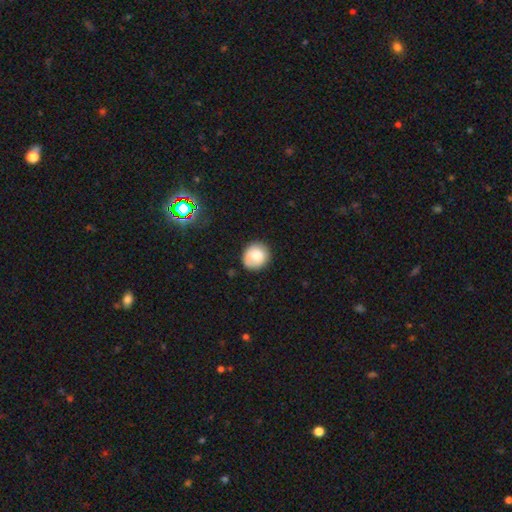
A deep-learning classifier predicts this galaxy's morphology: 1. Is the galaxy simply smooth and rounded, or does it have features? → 78% smooth, 14% featured or disk, 8% star or artifact.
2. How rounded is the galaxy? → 80% round, 19% in between, 1% cigar-shaped.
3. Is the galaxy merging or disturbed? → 76% none, 18% minor disturbance, 4% major disturbance, 2% merger.